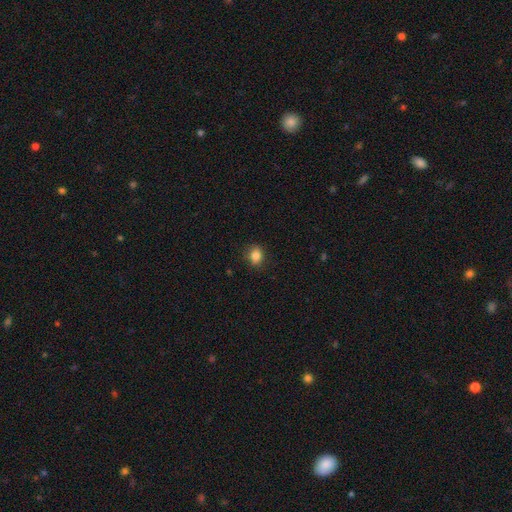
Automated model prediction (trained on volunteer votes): smooth-or-featured: smooth: 84% | star or artifact: 10% | featured or disk: 5%
  how-rounded: in between: 50% | round: 49% | cigar-shaped: 1%
  merging: none: 85% | minor disturbance: 11% | major disturbance: 3% | merger: 1%